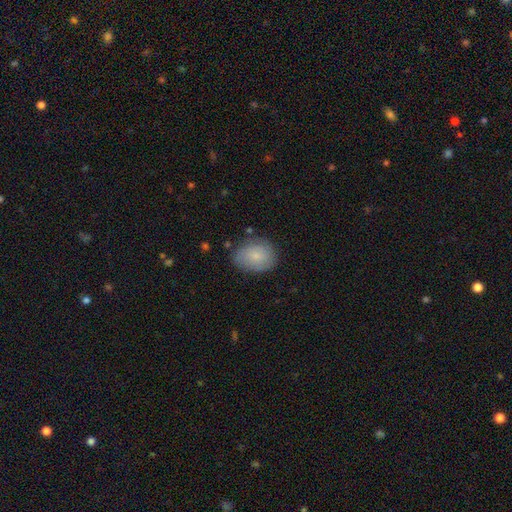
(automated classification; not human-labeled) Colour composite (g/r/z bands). It shows a smooth galaxy with no disk features (74%) that is in between round and cigar-shaped (61%). Merging: none (75%).